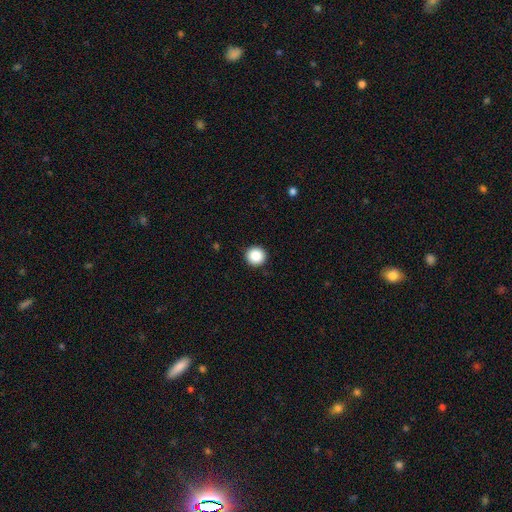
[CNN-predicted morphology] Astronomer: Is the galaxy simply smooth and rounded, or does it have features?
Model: smooth — 88%.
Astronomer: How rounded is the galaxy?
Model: round — 95%.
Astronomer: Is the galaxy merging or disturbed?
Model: none — 92%.